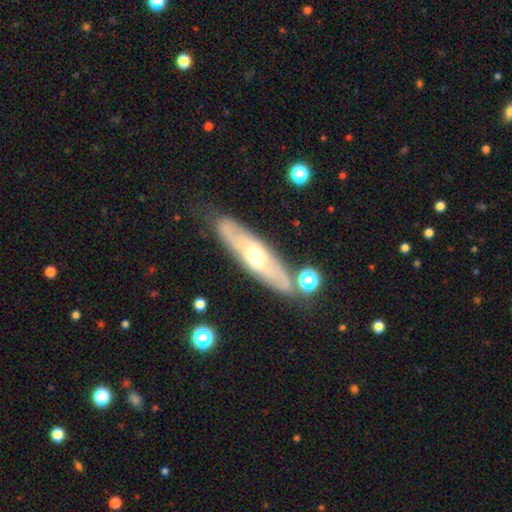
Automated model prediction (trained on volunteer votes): This is likely a featured or disk galaxy (66%). It is possibly not viewed edge-on (58%). Merging: likely none (76%).